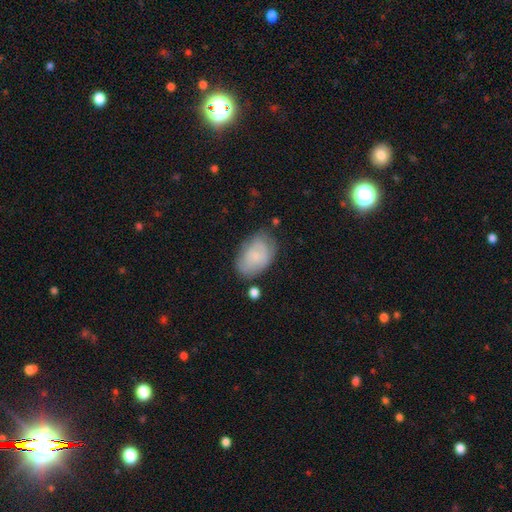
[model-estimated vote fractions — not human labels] smooth-or-featured: smooth: 64% | featured or disk: 28% | star or artifact: 8%
  how-rounded: in between: 89% | round: 10% | cigar-shaped: 1%
  merging: none: 63% | minor disturbance: 25% | major disturbance: 7% | merger: 4%